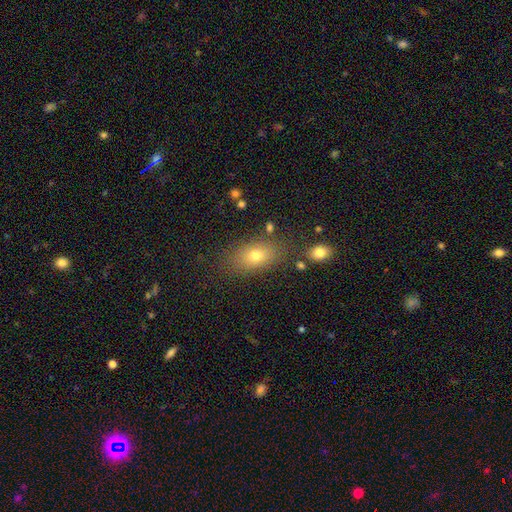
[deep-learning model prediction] Q: Smooth or featured?
A: smooth (74%); runner-up: featured or disk (14%)
Q: How rounded?
A: in between (82%); runner-up: round (14%)
Q: Merging?
A: none (78%); runner-up: minor disturbance (12%)